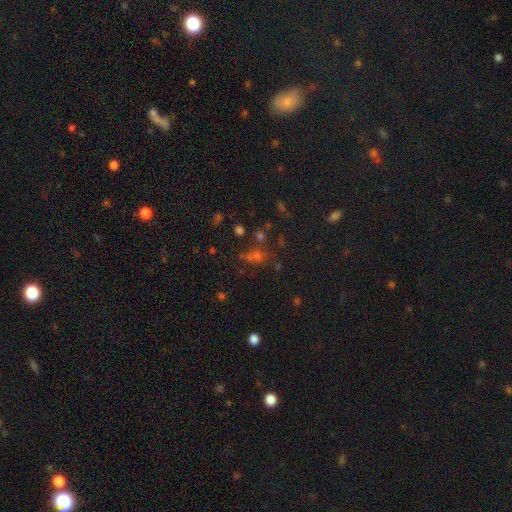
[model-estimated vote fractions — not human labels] Smooth or featured? Predicted: star or artifact (p=0.45).